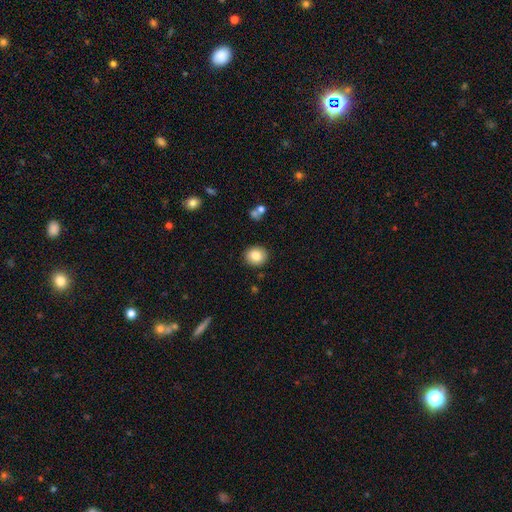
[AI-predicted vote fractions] Smooth or featured: smooth — 83% (star or artifact — 9%)
How rounded: round — 78% (in between — 21%)
Merging: none — 89% (minor disturbance — 7%)